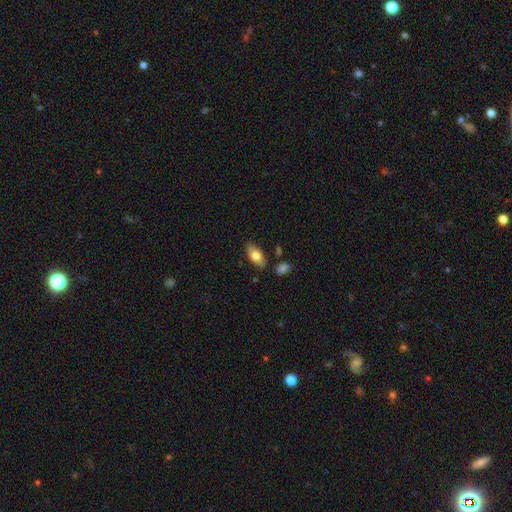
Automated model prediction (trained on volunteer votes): This is likely a smooth galaxy (76%). How rounded: clearly in between (90%). Merging: clearly none (82%).